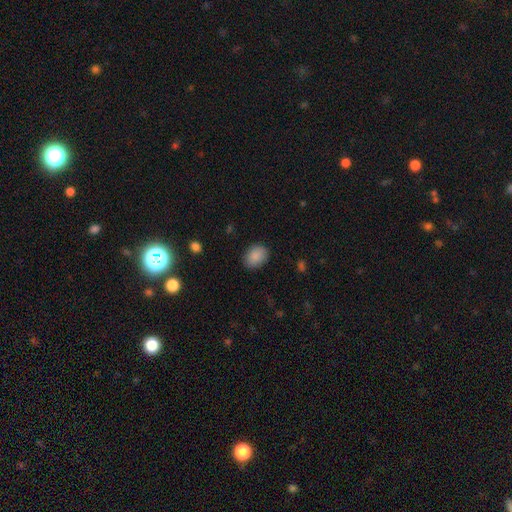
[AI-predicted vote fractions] Smooth or featured: smooth — 89% (star or artifact — 8%)
How rounded: in between — 66% (round — 33%)
Merging: none — 84% (minor disturbance — 12%)